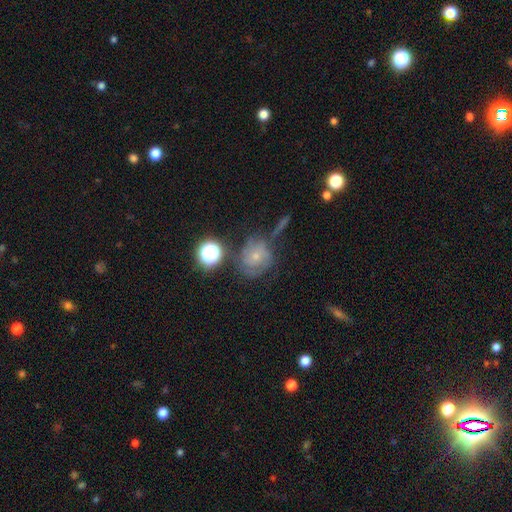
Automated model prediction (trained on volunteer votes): smooth_or_featured: featured or disk (p=0.53) [alt: smooth p=0.29]
disk_edge_on: no (p=0.97) [alt: yes p=0.03]
bar: no (p=0.75) [alt: weak p=0.20]
has_spiral_arms: yes (p=0.82) [alt: no p=0.18]
bulge_size: small (p=0.60) [alt: moderate p=0.32]
merging: none (p=0.54) [alt: minor disturbance p=0.22]